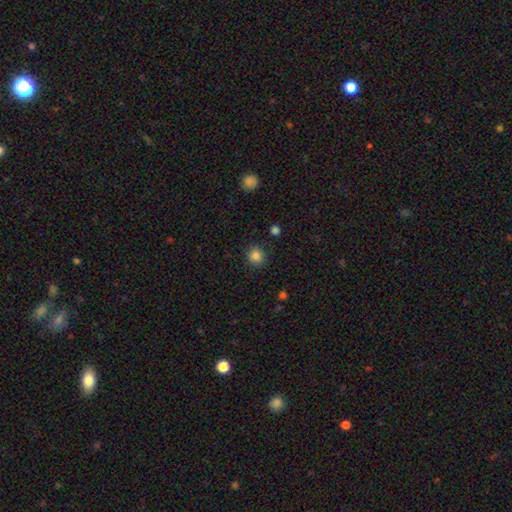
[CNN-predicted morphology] This is clearly a smooth galaxy (85%). How rounded: clearly round (89%). Merging: clearly none (89%).